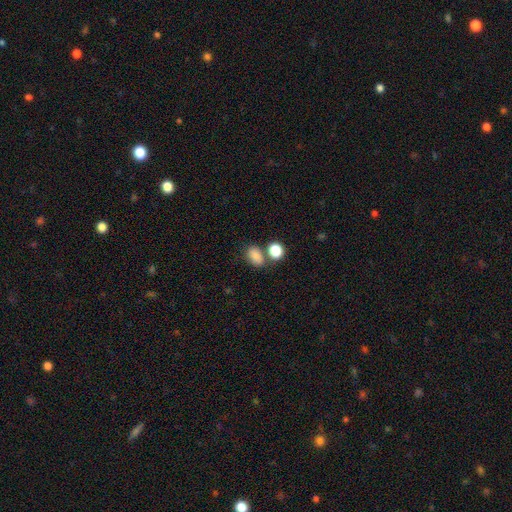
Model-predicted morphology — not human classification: Q: Smooth or featured?
A: smooth (84%); runner-up: star or artifact (11%)
Q: How rounded?
A: in between (76%); runner-up: round (23%)
Q: Merging?
A: none (58%); runner-up: merger (23%)